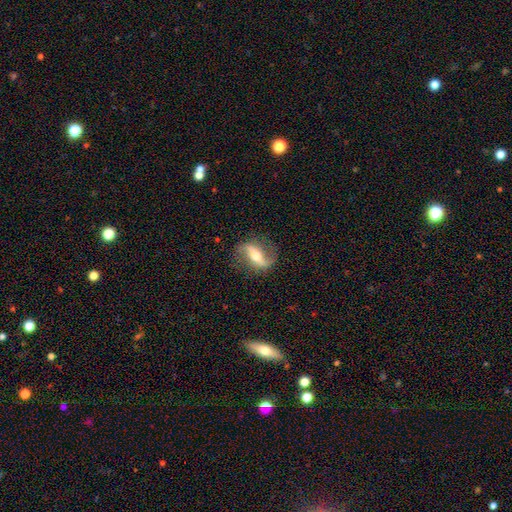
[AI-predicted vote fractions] Smooth or featured?
  - featured or disk: 82% *
  - smooth: 12%
  - star or artifact: 6%
Edge-on disk?
  - no: 89% *
  - yes: 11%
Bar?
  - strong: 52% *
  - weak: 27%
  - no: 21%
Spiral arms?
  - yes: 92% *
  - no: 8%
Spiral winding?
  - loose: 75% *
  - medium: 19%
  - tight: 6%
Spiral arm count?
  - 2: 89% *
  - 1: 6%
  - can't tell: 3%
  - 3: 1%
  - 4: 1%
  - more than 4: 1%
Bulge size?
  - moderate: 61% *
  - small: 28%
  - large: 8%
  - none: 2%
  - dominant: 2%
Merging?
  - none: 80% *
  - minor disturbance: 13%
  - major disturbance: 6%
  - merger: 1%